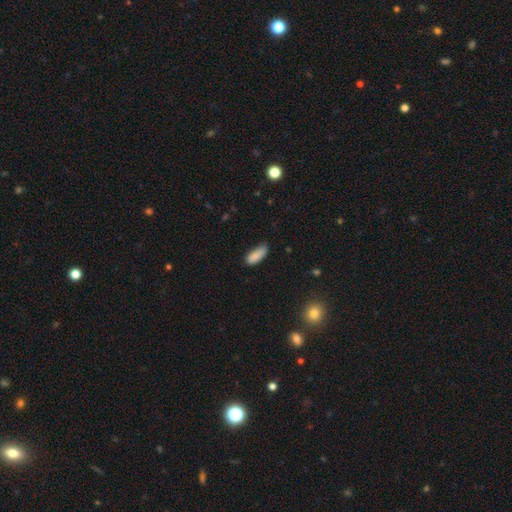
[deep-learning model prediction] smooth 87%, star or artifact 8%, featured or disk 5%. Down the decision tree: how rounded — in between (77%); merging — none (63%).